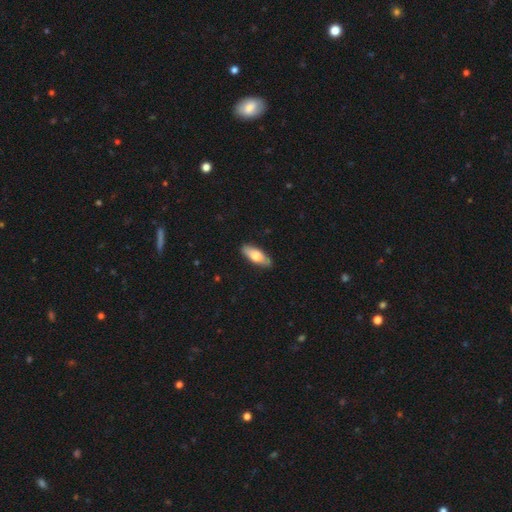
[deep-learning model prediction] A smooth galaxy with no disk features (66%) that is in between round and cigar-shaped (65%).

Vote fractions:
- Smooth or featured? smooth: 66% / featured or disk: 29% / star or artifact: 5%
- How rounded? in between: 65% / cigar-shaped: 32% / round: 3%
- Merging? none: 89% / minor disturbance: 9% / major disturbance: 2% / merger: 1%